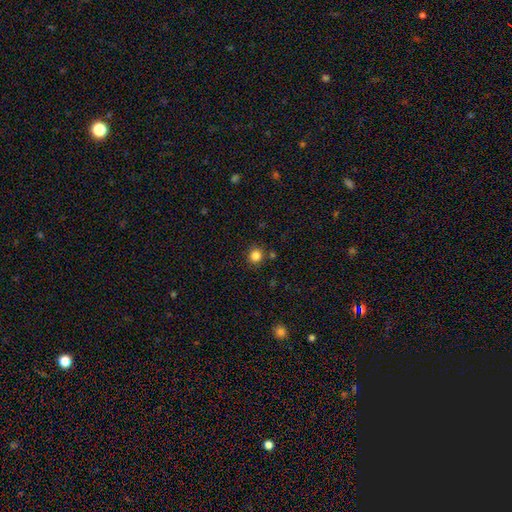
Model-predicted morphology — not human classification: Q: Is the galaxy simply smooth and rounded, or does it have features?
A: smooth — 83%.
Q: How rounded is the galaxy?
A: round — 91%.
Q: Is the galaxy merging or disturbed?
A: none — 85%.